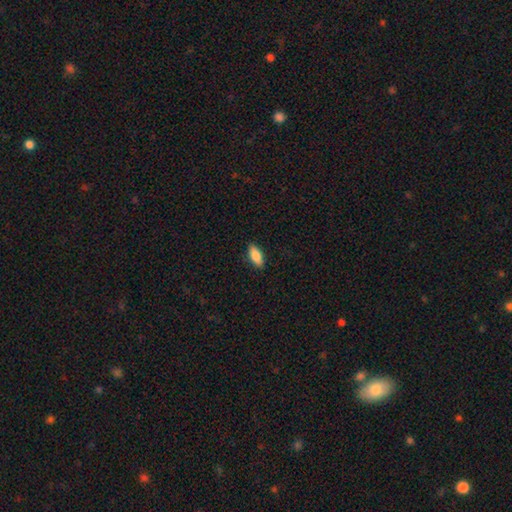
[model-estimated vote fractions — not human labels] A smooth galaxy with no disk features (83%) that is in between round and cigar-shaped (82%). Merging: none (89%).